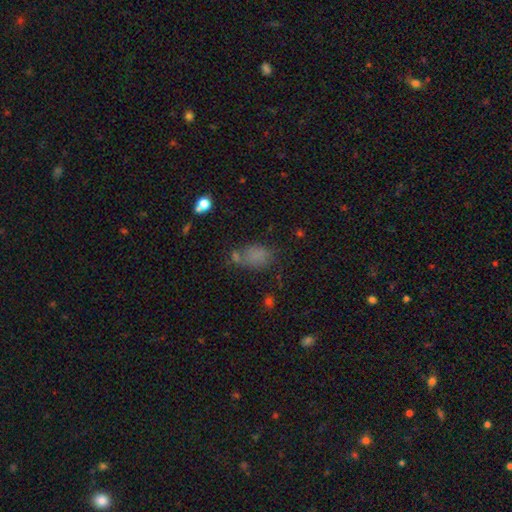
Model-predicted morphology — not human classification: Smooth or featured? smooth (70%)
How rounded? in between (79%)
Merging? none (49%)